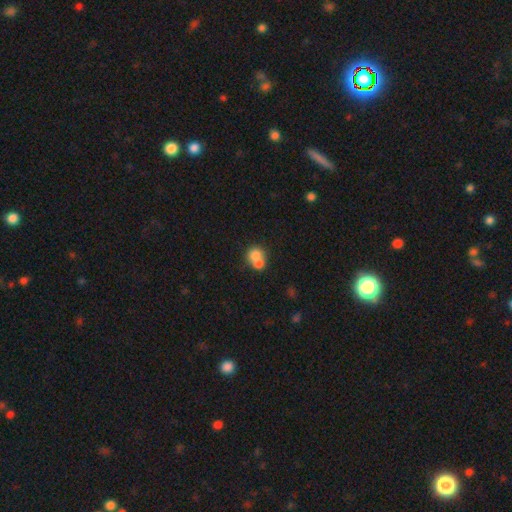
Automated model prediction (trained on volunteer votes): This is likely a smooth galaxy (74%). How rounded: likely round (75%). Merging: likely merger (63%).